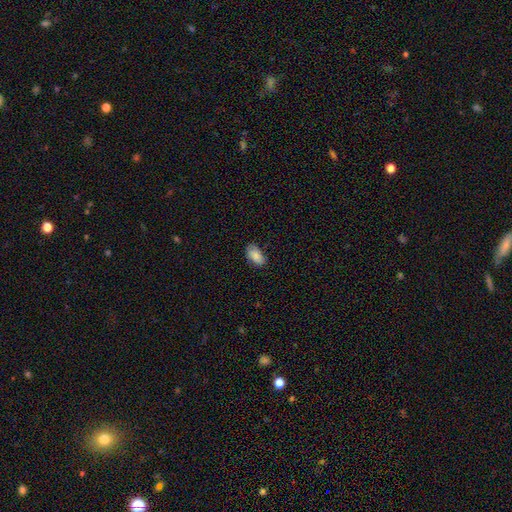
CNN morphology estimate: The model was most divided on "merging": none: 72%, minor disturbance: 23%, major disturbance: 4%, merger: 1%. More confident: how rounded — in between (93%); smooth or featured — smooth (85%).